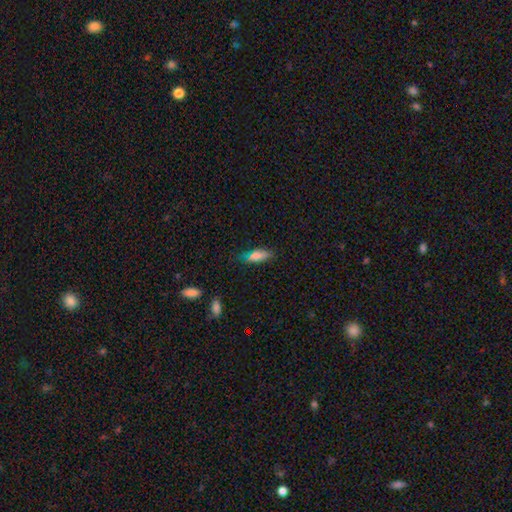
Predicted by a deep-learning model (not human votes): Overall: smooth (80%). How rounded: in between (59%; cigar-shaped 39%). Merging: none (69%).